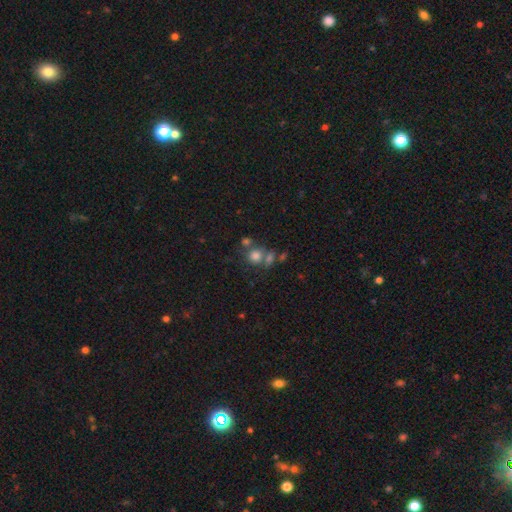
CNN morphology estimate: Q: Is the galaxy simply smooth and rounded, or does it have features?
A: smooth — 73%.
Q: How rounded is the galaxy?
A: round — 81%.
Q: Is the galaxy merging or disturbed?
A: none — 48%.